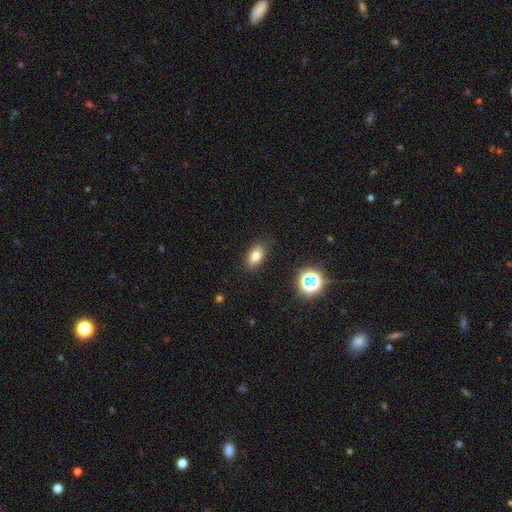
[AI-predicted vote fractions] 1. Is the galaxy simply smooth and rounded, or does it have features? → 78% smooth, 13% star or artifact, 10% featured or disk.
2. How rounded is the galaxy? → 87% in between, 9% round, 4% cigar-shaped.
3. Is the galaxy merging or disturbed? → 86% none, 10% minor disturbance, 3% major disturbance, 1% merger.